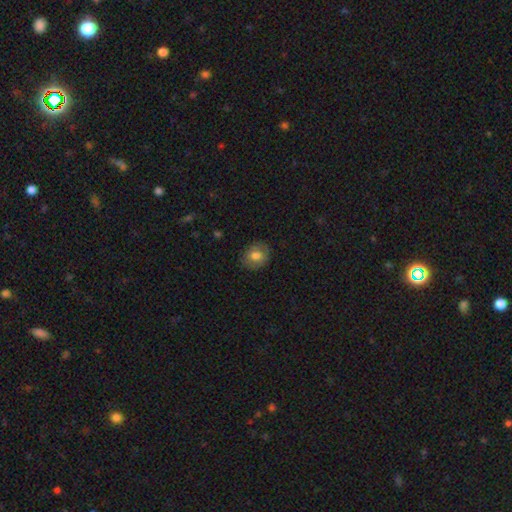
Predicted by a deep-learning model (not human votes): A smooth galaxy with no disk features (76%) that is round (62%). Merging: none (85%).